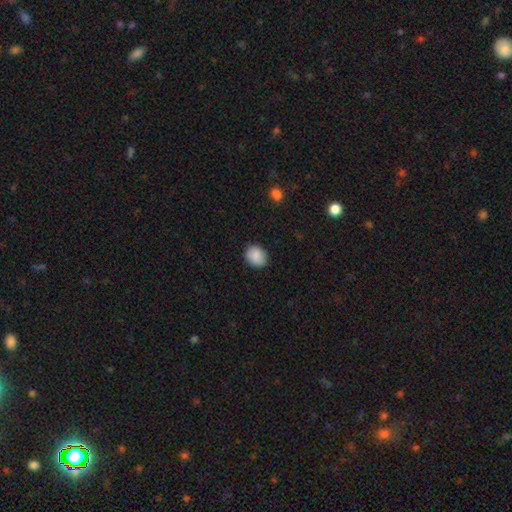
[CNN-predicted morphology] type=smooth (89%); roundness=round (53%); merging=none (87%).